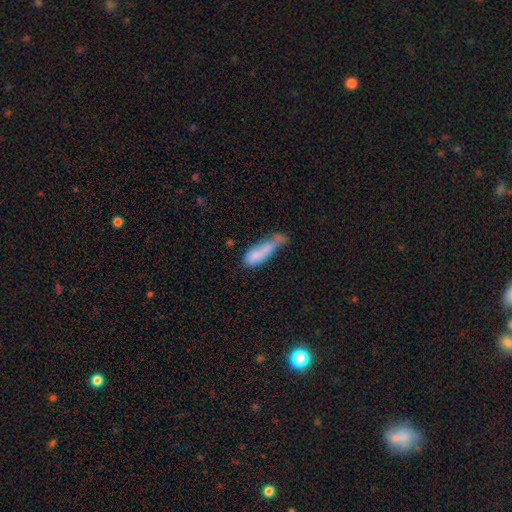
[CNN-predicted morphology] Q: Smooth or featured?
A: smooth (73%); runner-up: featured or disk (19%)
Q: How rounded?
A: cigar-shaped (50%); runner-up: in between (47%)
Q: Merging?
A: minor disturbance (30%); runner-up: major disturbance (28%)